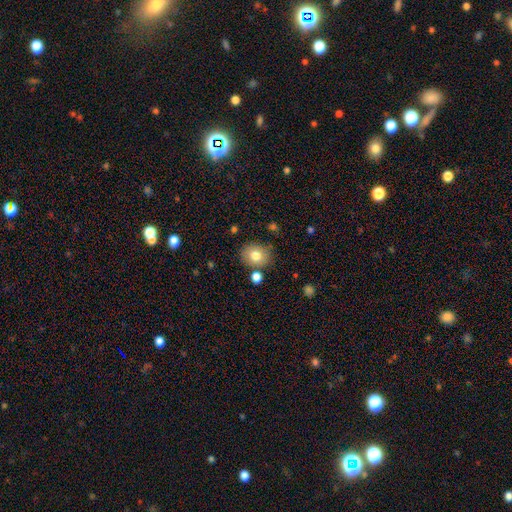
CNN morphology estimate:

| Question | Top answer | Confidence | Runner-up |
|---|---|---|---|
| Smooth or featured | smooth | 77% | featured or disk (13%) |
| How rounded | round | 59% | in between (40%) |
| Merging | none | 79% | minor disturbance (12%) |